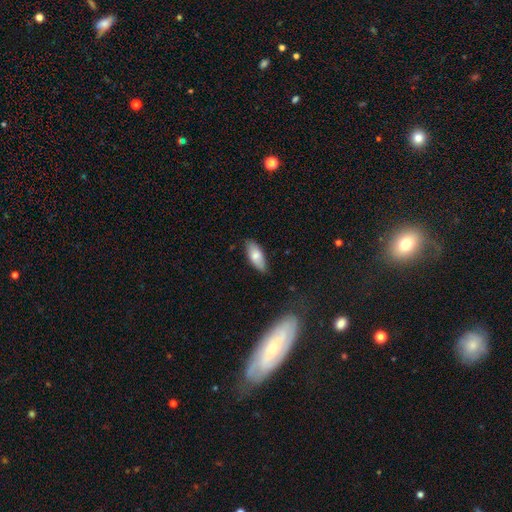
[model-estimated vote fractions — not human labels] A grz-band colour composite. It shows a smooth galaxy with no disk features (75%) that is in between round and cigar-shaped (79%). Merging: none (79%).